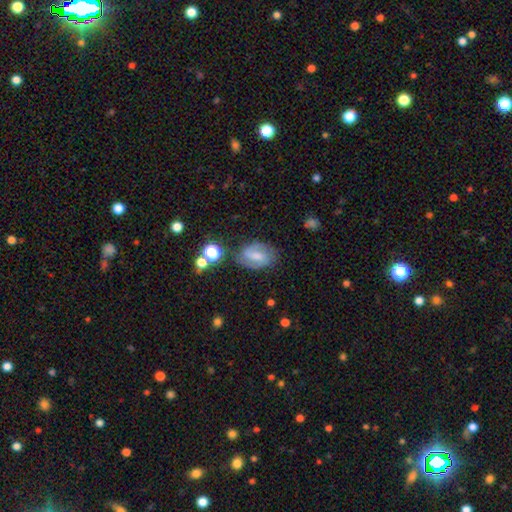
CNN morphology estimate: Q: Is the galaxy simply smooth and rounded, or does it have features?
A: featured or disk — 66%.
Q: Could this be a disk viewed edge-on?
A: no — 97%.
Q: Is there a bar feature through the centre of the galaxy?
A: weak — 51%.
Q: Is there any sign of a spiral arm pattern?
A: yes — 91%.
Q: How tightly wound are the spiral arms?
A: medium — 50%.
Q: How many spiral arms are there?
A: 2 — 85%.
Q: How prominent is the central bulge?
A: small — 38%.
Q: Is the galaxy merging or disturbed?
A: none — 73%.